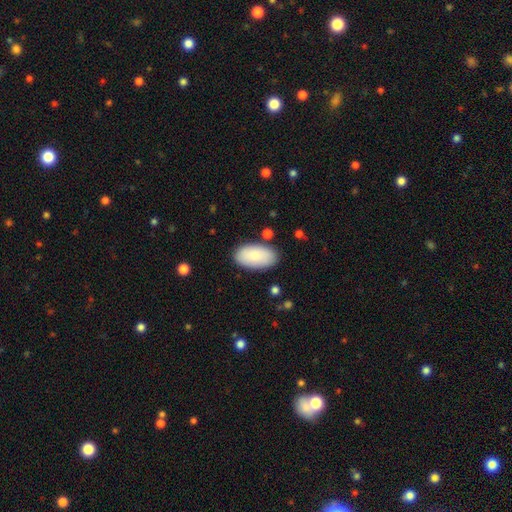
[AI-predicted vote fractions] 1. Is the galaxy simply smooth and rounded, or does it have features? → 84% smooth, 10% featured or disk, 6% star or artifact.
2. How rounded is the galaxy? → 96% in between, 3% round, 2% cigar-shaped.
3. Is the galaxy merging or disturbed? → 84% none, 11% minor disturbance, 3% major disturbance, 2% merger.